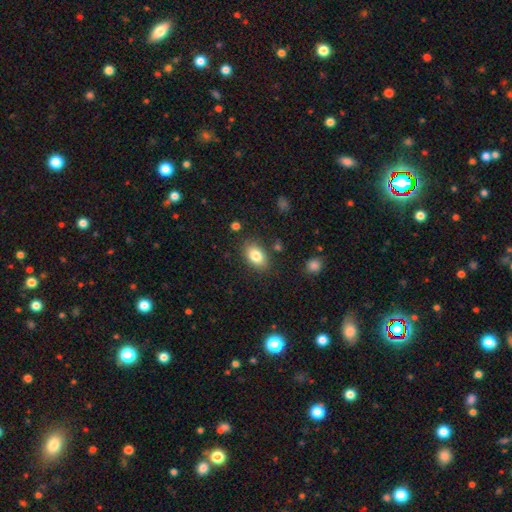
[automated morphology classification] smooth-or-featured: smooth: 82% | featured or disk: 10% | star or artifact: 8%
  how-rounded: in between: 86% | round: 12% | cigar-shaped: 1%
  merging: none: 84% | minor disturbance: 11% | major disturbance: 3% | merger: 2%